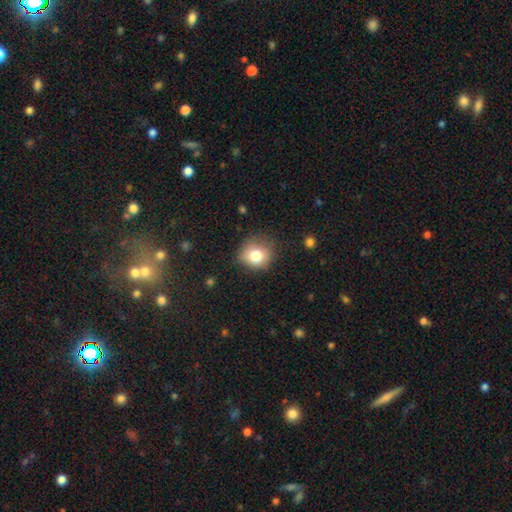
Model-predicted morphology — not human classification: Smooth or featured? smooth (78%)
How rounded? round (82%)
Merging? none (76%)